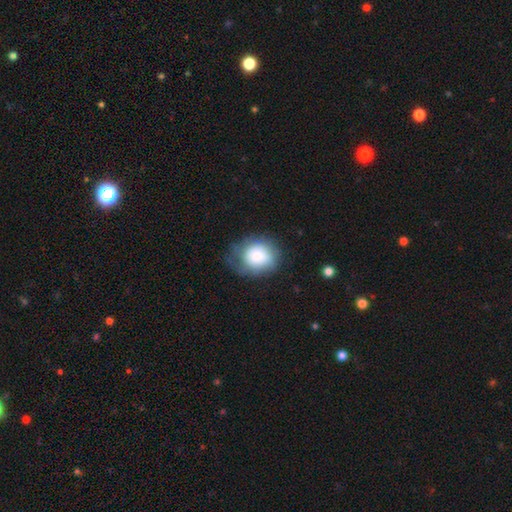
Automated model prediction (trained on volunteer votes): A smooth galaxy with no disk features (76%) that is round (67%). Merging: none (54%).